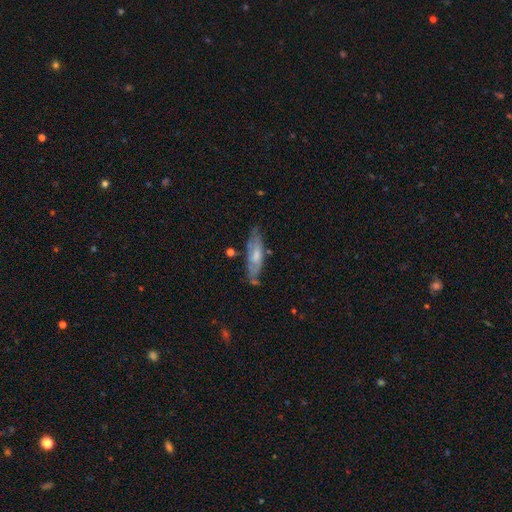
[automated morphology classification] A featured or disk galaxy (49%). Merging: none (67%).